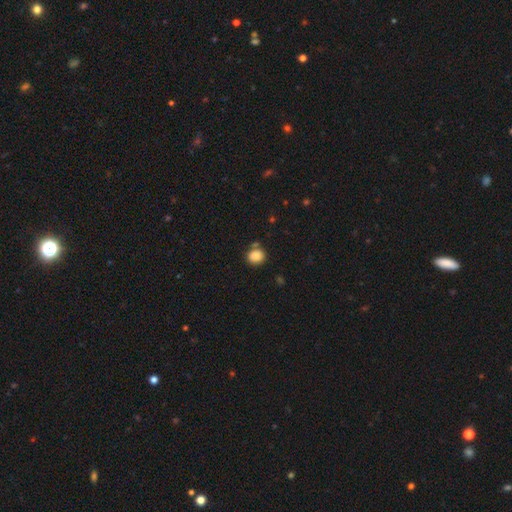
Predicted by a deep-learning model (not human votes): smooth 86%, star or artifact 10%, featured or disk 4%. Down the decision tree: how rounded — round (81%); merging — none (74%).